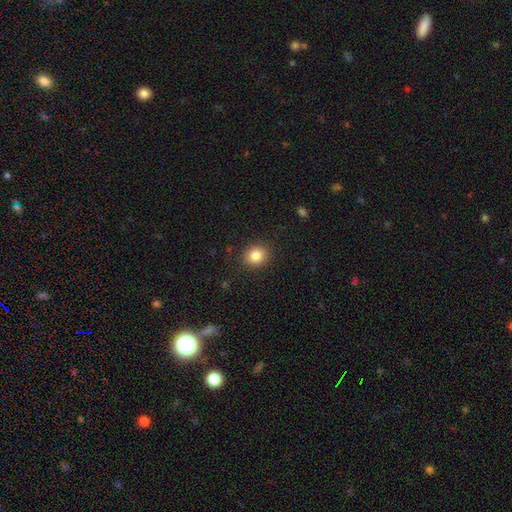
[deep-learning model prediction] The model was most divided on "how rounded": round: 69%, in between: 30%, cigar-shaped: 1%. More confident: merging — none (88%); smooth or featured — smooth (85%).